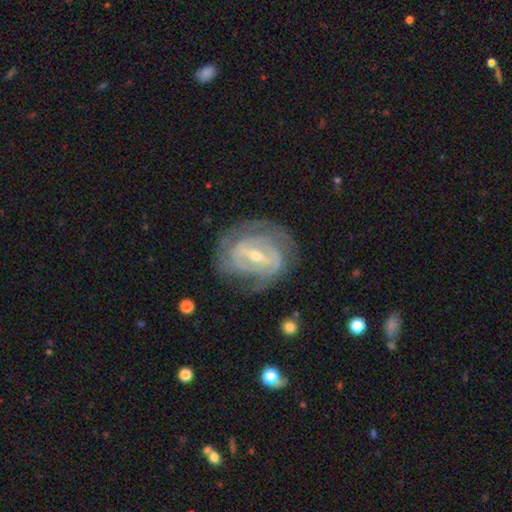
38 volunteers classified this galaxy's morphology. Q: Smooth or featured?
A: featured or disk (92%); runner-up: smooth (8%)
Q: Edge-on disk?
A: no (100%)
Q: Bar?
A: weak (51%); runner-up: strong (43%)
Q: Spiral arms?
A: yes (89%); runner-up: no (11%)
Q: Spiral winding?
A: tight (65%); runner-up: medium (26%)
Q: Spiral arm count?
A: 2 (32%); runner-up: can't tell (29%)
Q: Bulge size?
A: small (54%); runner-up: moderate (43%)
Q: Merging?
A: none (61%); runner-up: minor disturbance (26%)